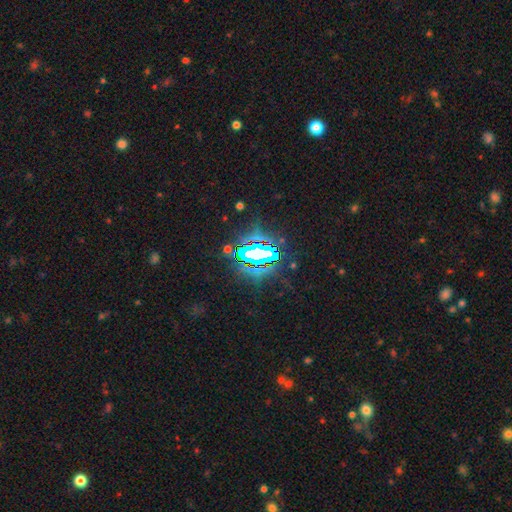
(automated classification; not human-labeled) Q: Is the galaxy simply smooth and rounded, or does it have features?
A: star or artifact — 73%.